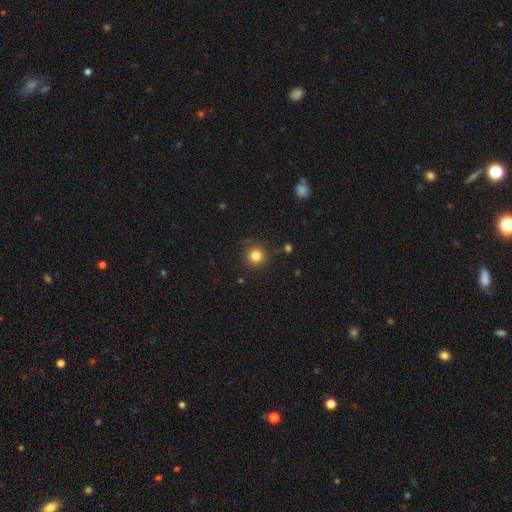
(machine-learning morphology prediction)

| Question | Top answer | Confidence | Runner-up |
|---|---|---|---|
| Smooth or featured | smooth | 83% | star or artifact (12%) |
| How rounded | round | 95% | in between (4%) |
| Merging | none | 86% | minor disturbance (9%) |